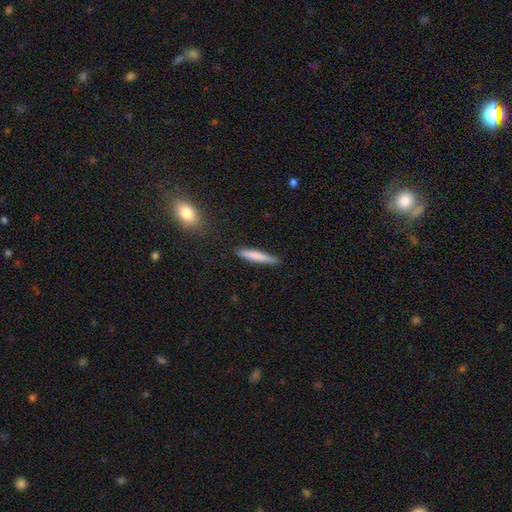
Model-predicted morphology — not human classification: Smooth or featured?
  - smooth: 78% *
  - featured or disk: 16%
  - star or artifact: 6%
How rounded?
  - cigar-shaped: 93% *
  - in between: 6%
  - round: 1%
Merging?
  - none: 83% *
  - minor disturbance: 13%
  - major disturbance: 2%
  - merger: 2%